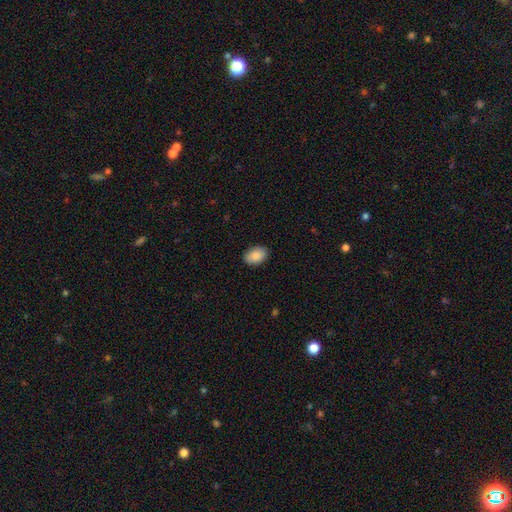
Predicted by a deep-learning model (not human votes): A smooth galaxy with no disk features (88%) that is in between round and cigar-shaped (87%).

Vote fractions:
- Smooth or featured? smooth: 88% / star or artifact: 7% / featured or disk: 5%
- How rounded? in between: 87% / round: 12% / cigar-shaped: 1%
- Merging? none: 88% / minor disturbance: 9% / major disturbance: 2% / merger: 1%